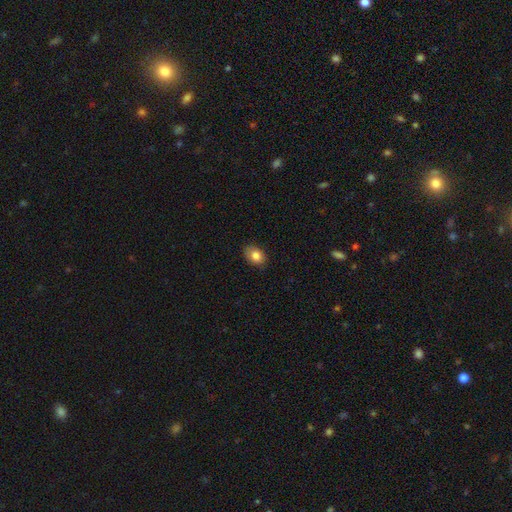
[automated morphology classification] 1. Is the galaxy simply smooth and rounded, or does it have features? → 83% smooth, 9% featured or disk, 8% star or artifact.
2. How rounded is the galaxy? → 72% in between, 27% round, 1% cigar-shaped.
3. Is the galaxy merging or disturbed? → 84% none, 13% minor disturbance, 2% major disturbance, 1% merger.